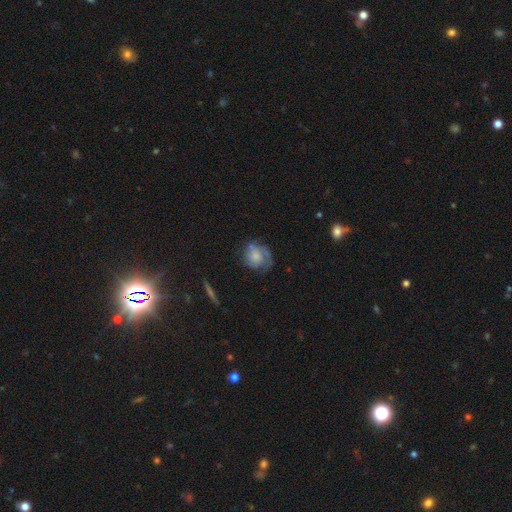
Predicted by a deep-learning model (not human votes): A featured or disk galaxy (46%, tied with smooth).

Vote fractions:
- Smooth or featured? featured or disk: 46% (tied) / smooth: 46% (tied) / star or artifact: 8%
- Merging? none: 54% / minor disturbance: 26% / major disturbance: 17% / merger: 3%